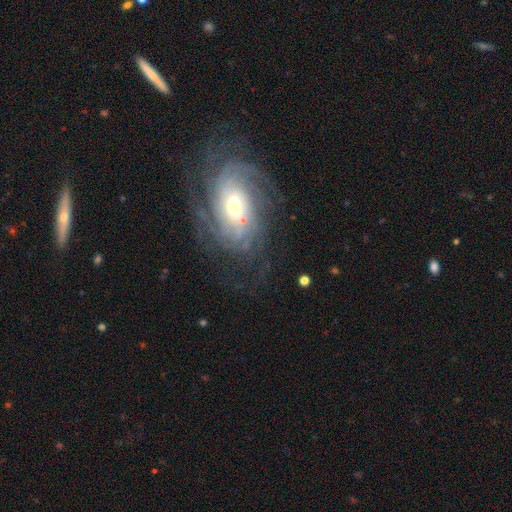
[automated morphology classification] Smooth or featured? Predicted: featured or disk (p=0.77). Edge-on disk? Predicted: no (p=0.95). Bar? Predicted: no (p=0.50). Spiral arms? Predicted: yes (p=0.91). Spiral winding? Predicted: tight (p=0.57). Spiral arm count? Predicted: can't tell (p=0.35). Bulge size? Predicted: moderate (p=0.56). Merging? Predicted: none (p=0.73).